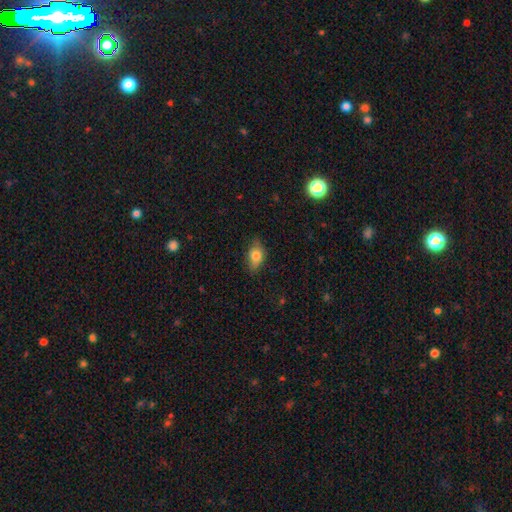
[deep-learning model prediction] Smooth or featured?
  - smooth: 76% *
  - featured or disk: 15%
  - star or artifact: 9%
How rounded?
  - in between: 82% *
  - round: 14%
  - cigar-shaped: 4%
Merging?
  - none: 67% *
  - minor disturbance: 26%
  - major disturbance: 6%
  - merger: 1%